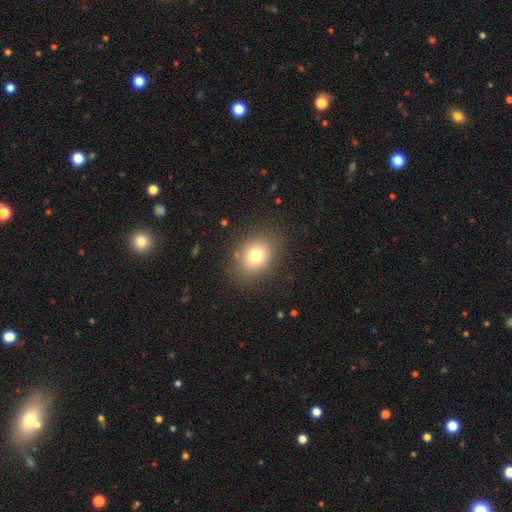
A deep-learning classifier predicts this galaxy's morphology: type=smooth (75%); roundness=round (51%); merging=none (84%).